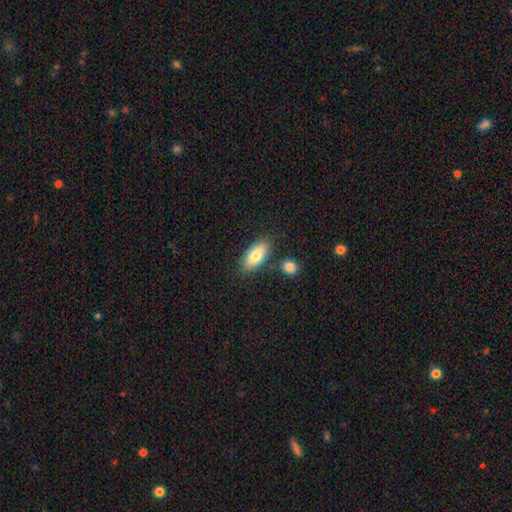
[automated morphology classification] Overall: smooth (79%). How rounded: in between (81%). Merging: none (78%).